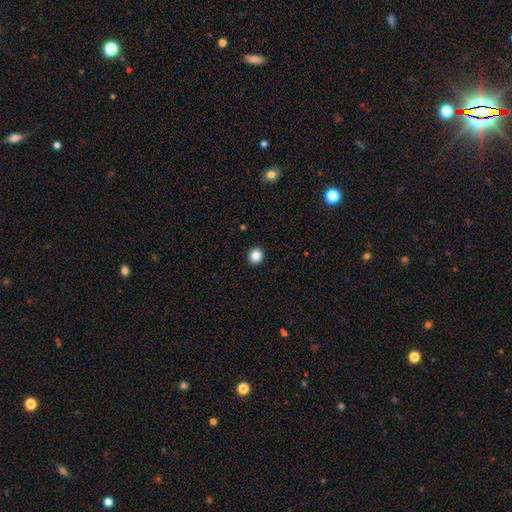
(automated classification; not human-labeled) Smooth or featured? Predicted: smooth (p=0.86). How rounded? Predicted: round (p=0.83). Merging? Predicted: none (p=0.93).